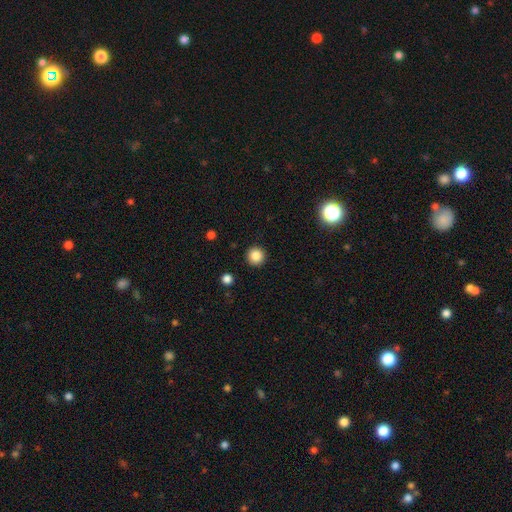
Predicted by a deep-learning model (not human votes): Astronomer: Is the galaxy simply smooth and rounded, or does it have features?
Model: smooth — 85%.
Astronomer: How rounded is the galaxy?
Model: round — 96%.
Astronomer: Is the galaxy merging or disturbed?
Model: none — 93%.